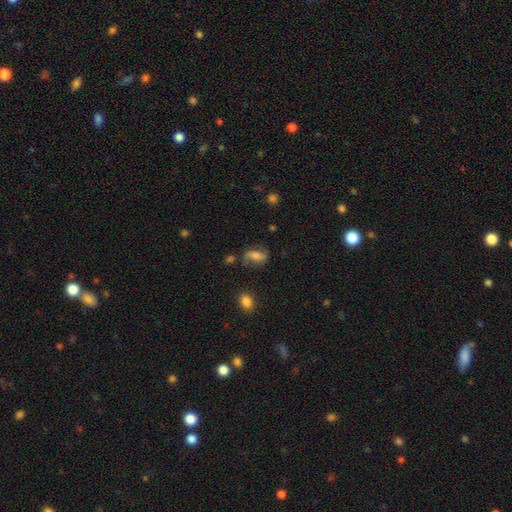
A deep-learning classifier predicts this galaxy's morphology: Smooth or featured: featured or disk — 57% (smooth — 33%)
Edge-on disk: no — 94% (yes — 6%)
Bar: strong — 35% (weak — 34%)
Spiral arms: yes — 88% (no — 12%)
Bulge size: moderate — 39% (small — 35%)
Merging: none — 67% (minor disturbance — 20%)